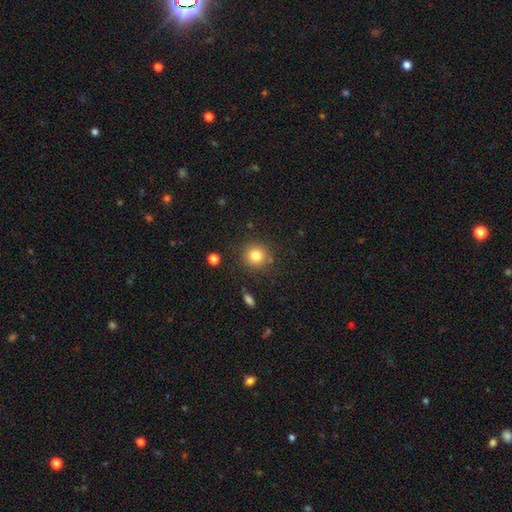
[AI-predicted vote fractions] Overall: smooth (81%). How rounded: round (92%). Merging: none (86%).